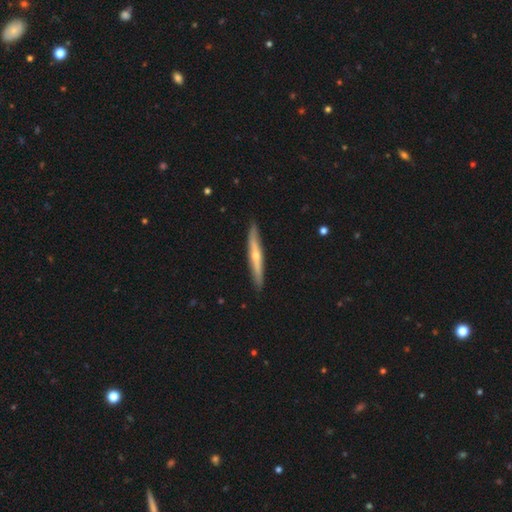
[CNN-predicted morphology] A featured or disk galaxy (63%) viewed edge-on (94%) with a rounded central bulge (78%). Merging: none (89%).